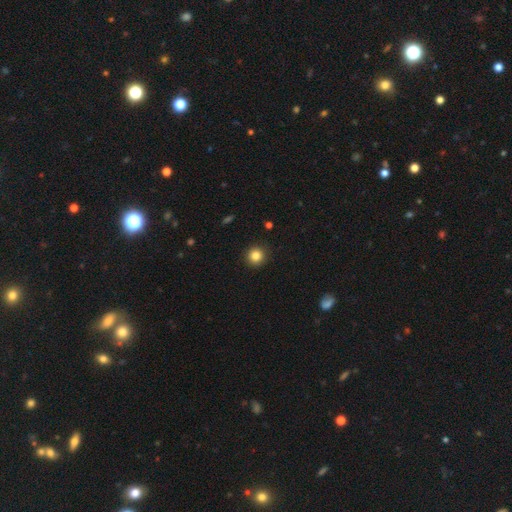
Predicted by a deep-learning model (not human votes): Smooth or featured? Predicted: smooth (p=0.84). How rounded? Predicted: round (p=0.94). Merging? Predicted: none (p=0.91).